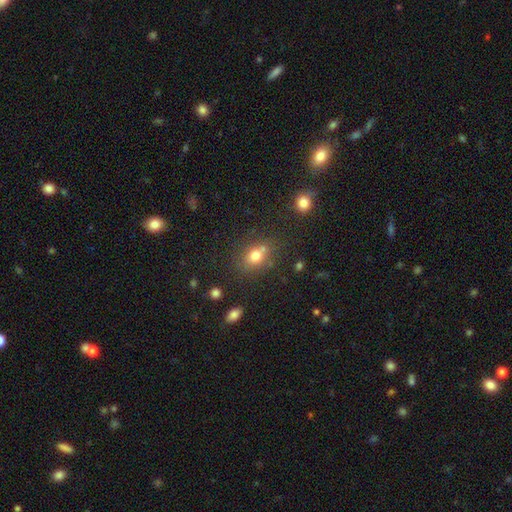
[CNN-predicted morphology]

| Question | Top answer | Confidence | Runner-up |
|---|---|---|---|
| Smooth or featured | smooth | 74% | star or artifact (15%) |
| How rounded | round | 50% | in between (49%) |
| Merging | none | 63% | merger (16%) |